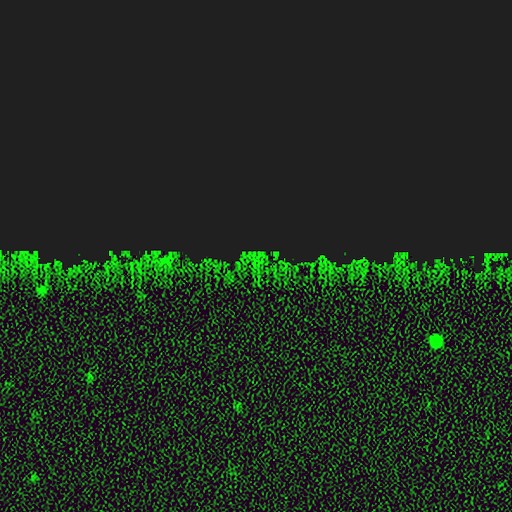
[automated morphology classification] Smooth or featured: star or artifact — 85% (smooth — 8%)